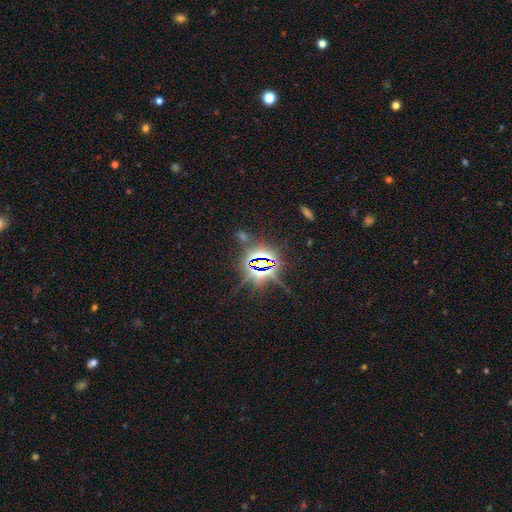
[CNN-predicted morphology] star or artifact 81%, smooth 11%, featured or disk 7%.